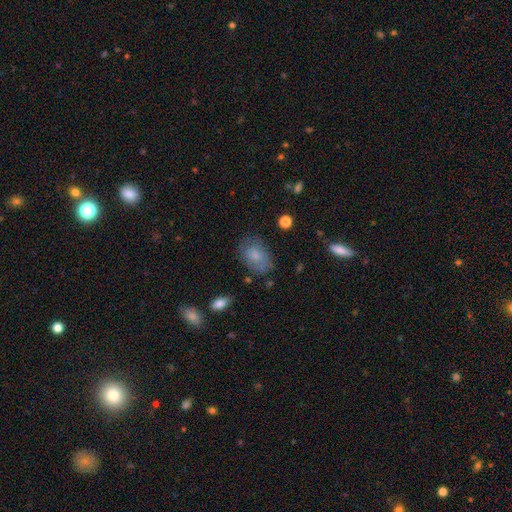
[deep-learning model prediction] Morphology: type=smooth (70%); roundness=in between (84%); merging=none (63%).